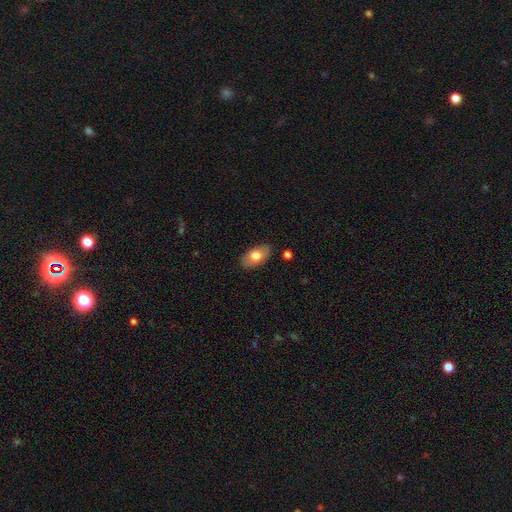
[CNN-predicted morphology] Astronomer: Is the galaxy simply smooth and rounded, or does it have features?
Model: smooth — 72%.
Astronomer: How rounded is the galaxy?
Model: in between — 92%.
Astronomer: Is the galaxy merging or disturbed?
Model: none — 85%.